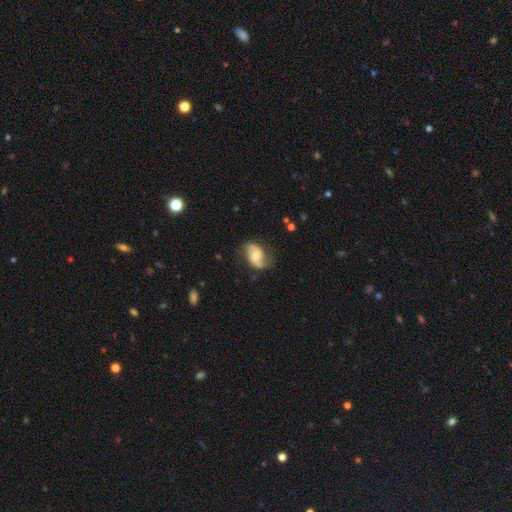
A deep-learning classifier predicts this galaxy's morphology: Smooth or featured: featured or disk — 78% (smooth — 16%)
Edge-on disk: no — 97% (yes — 3%)
Bar: no — 51% (weak — 39%)
Spiral arms: yes — 94% (no — 6%)
Spiral winding: loose — 52% (medium — 36%)
Spiral arm count: 2 — 90% (can't tell — 4%)
Bulge size: moderate — 51% (small — 34%)
Merging: none — 70% (minor disturbance — 20%)